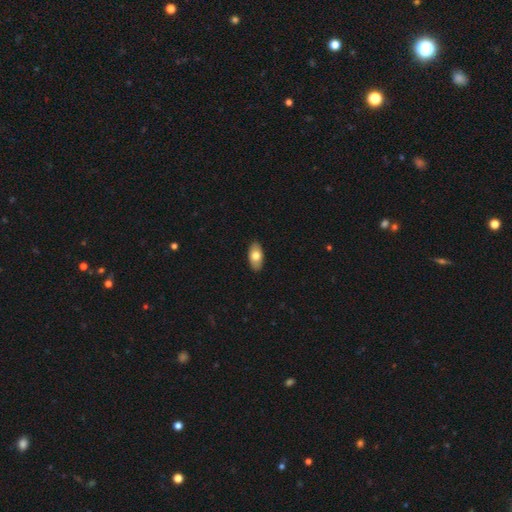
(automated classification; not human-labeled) The model was most divided on "smooth or featured": smooth: 73%, featured or disk: 20%, star or artifact: 6%. More confident: how rounded — in between (93%); merging — none (89%).